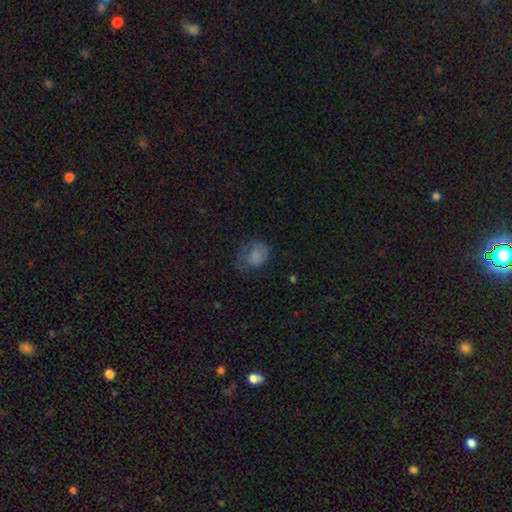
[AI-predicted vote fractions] Overall: smooth (70%). How rounded: in between (56%; round 43%). Merging: none (36%; major disturbance 33%).